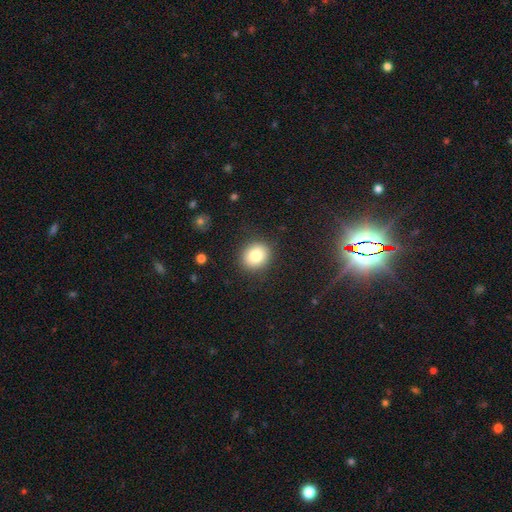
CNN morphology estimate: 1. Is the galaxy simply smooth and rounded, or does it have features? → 80% smooth, 10% star or artifact, 9% featured or disk.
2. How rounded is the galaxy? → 76% round, 23% in between, 1% cigar-shaped.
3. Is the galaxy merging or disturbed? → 88% none, 8% minor disturbance, 3% major disturbance, 1% merger.